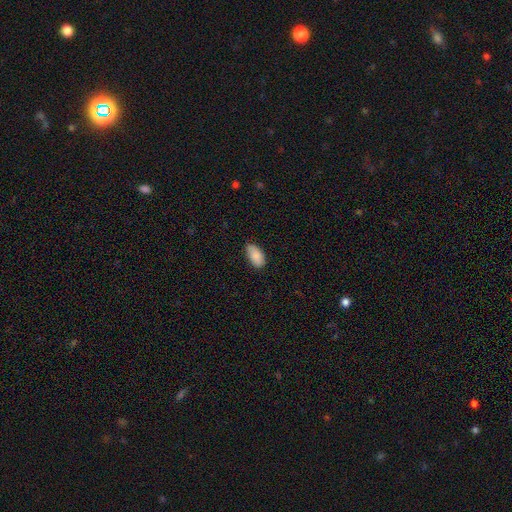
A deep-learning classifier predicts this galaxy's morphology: A smooth galaxy with no disk features (86%) that is in between round and cigar-shaped (94%). Merging: none (75%).